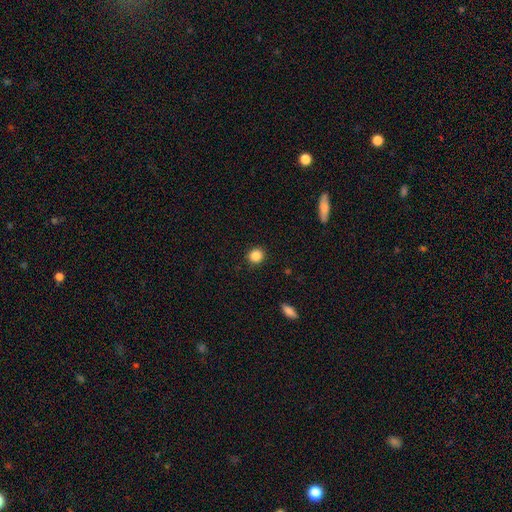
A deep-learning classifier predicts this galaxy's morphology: Overall: smooth (87%). How rounded: round (88%). Merging: none (91%).